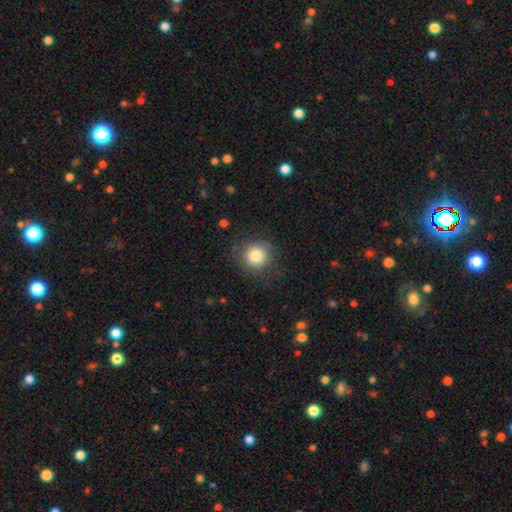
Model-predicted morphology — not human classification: This is likely a smooth galaxy (80%). How rounded: clearly round (91%). Merging: likely none (77%).